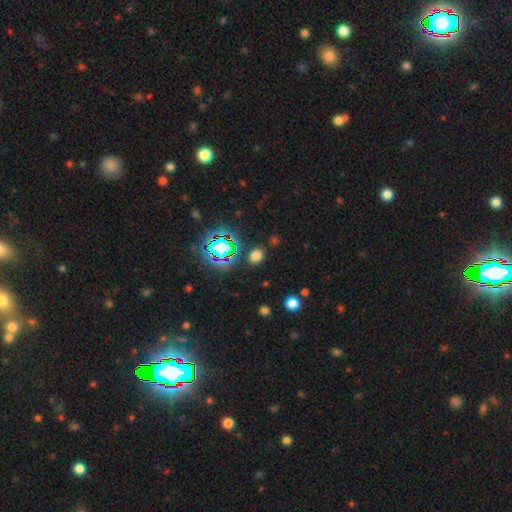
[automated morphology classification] A smooth galaxy with no disk features (66%) that is in between round and cigar-shaped (57%).

Vote fractions:
- Smooth or featured? smooth: 66% / star or artifact: 28% / featured or disk: 6%
- How rounded? in between: 57% / round: 41% / cigar-shaped: 1%
- Merging? none: 85% / minor disturbance: 9% / merger: 3% / major disturbance: 3%